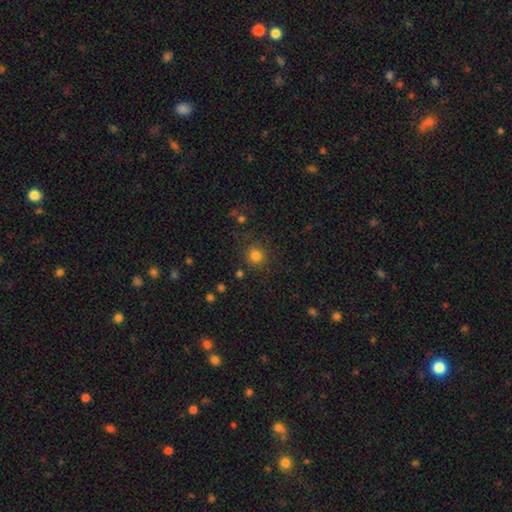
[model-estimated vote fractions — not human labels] Morphology: type=smooth (82%); roundness=round (90%); merging=none (85%).